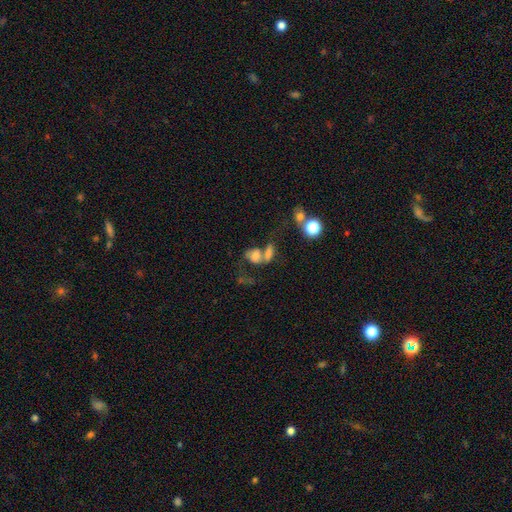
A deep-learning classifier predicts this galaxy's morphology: A smooth galaxy with no disk features (57%) that is in between round and cigar-shaped (64%).

Vote fractions:
- Smooth or featured? smooth: 57% / featured or disk: 29% / star or artifact: 15%
- How rounded? in between: 64% / round: 33% / cigar-shaped: 3%
- Merging? merger: 56% / none: 21% / major disturbance: 13% / minor disturbance: 10%